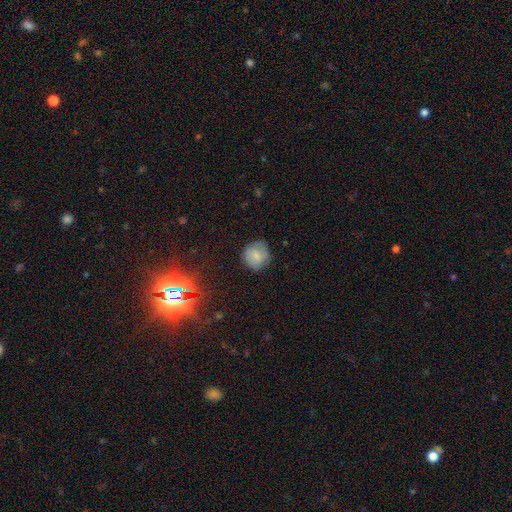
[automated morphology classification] smooth_or_featured: smooth (p=0.78) [alt: featured or disk p=0.12]
how_rounded: round (p=0.89) [alt: in between p=0.10]
merging: none (p=0.81) [alt: minor disturbance p=0.15]